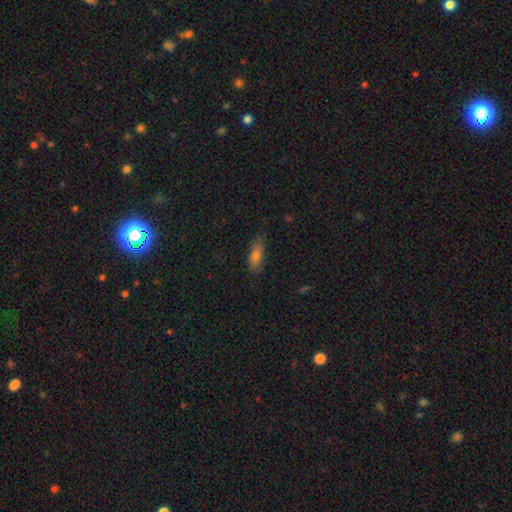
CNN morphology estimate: Smooth or featured? smooth (76%)
How rounded? in between (63%)
Merging? none (76%)